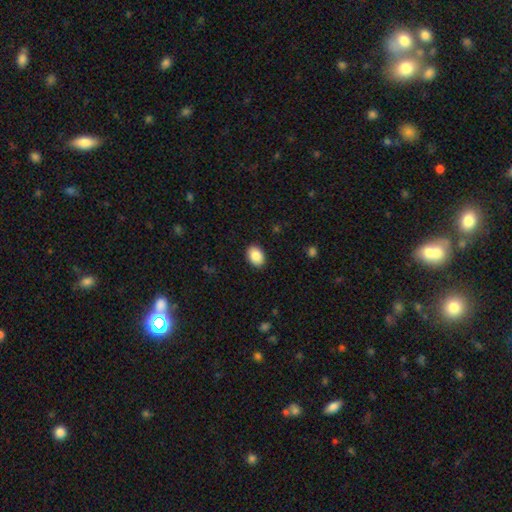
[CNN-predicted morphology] Smooth or featured: smooth — 88% (star or artifact — 7%)
How rounded: in between — 75% (round — 24%)
Merging: none — 90% (minor disturbance — 7%)